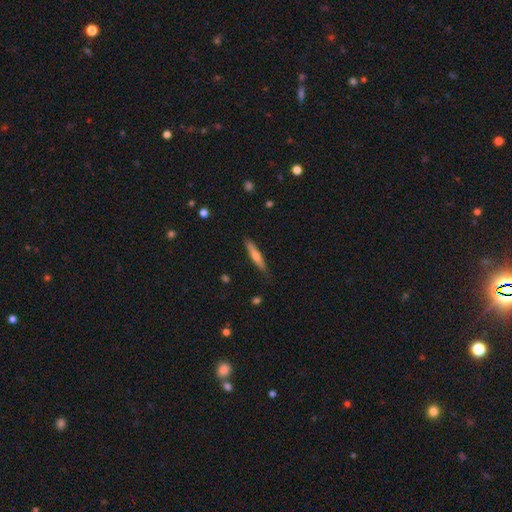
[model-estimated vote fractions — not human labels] This is possibly a smooth galaxy (56%). How rounded: clearly cigar-shaped (90%). Merging: clearly none (85%).